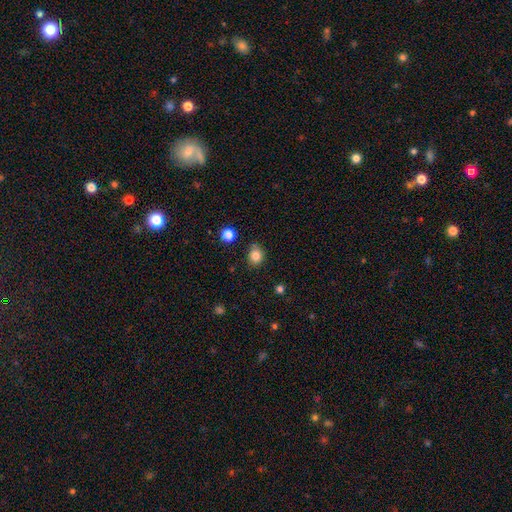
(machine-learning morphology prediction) smooth 83%, star or artifact 11%, featured or disk 6%. Down the decision tree: how rounded — round (62%); merging — none (80%).